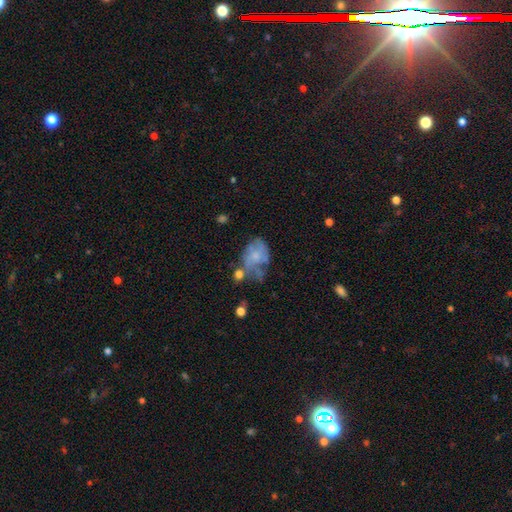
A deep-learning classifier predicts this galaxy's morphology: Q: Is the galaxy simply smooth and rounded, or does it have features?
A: featured or disk — 50%.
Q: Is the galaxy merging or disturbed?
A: major disturbance — 30%.